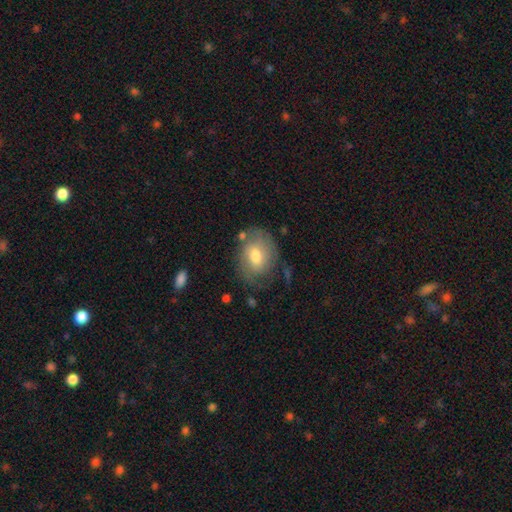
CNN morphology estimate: Smooth or featured: smooth — 52% (featured or disk — 40%)
How rounded: in between — 59% (round — 40%)
Merging: none — 62% (minor disturbance — 23%)